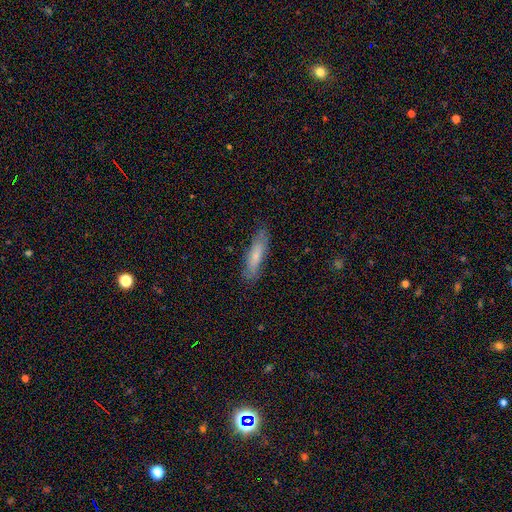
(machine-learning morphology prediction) Smooth or featured? Predicted: smooth (p=0.67). How rounded? Predicted: cigar-shaped (p=0.74). Merging? Predicted: none (p=0.83).